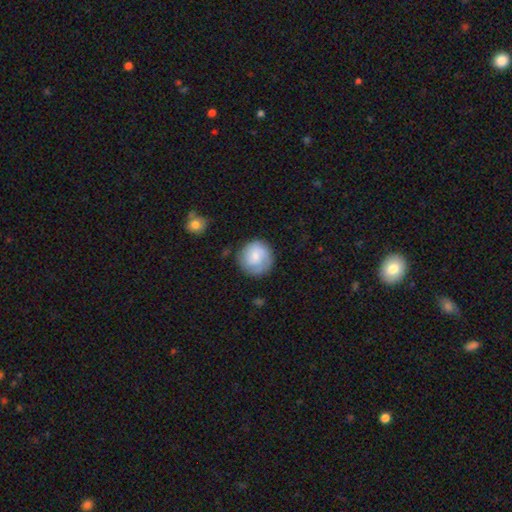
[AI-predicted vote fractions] Smooth or featured? Predicted: smooth (p=0.59). How rounded? Predicted: round (p=0.91). Merging? Predicted: none (p=0.78).